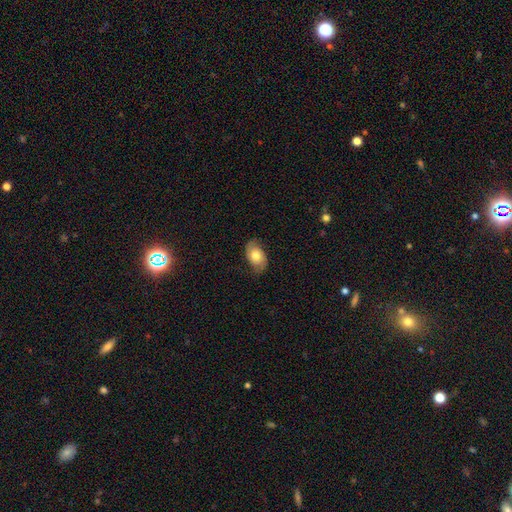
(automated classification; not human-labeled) The model was most divided on "smooth or featured": smooth: 52%, featured or disk: 41%, star or artifact: 7%. More confident: how rounded — in between (86%); merging — none (75%).